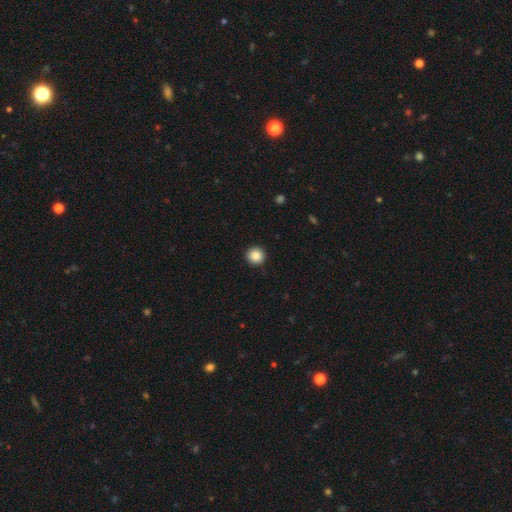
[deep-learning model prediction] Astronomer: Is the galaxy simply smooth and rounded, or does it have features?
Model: smooth — 87%.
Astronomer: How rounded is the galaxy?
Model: round — 95%.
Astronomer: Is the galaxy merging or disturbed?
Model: none — 92%.